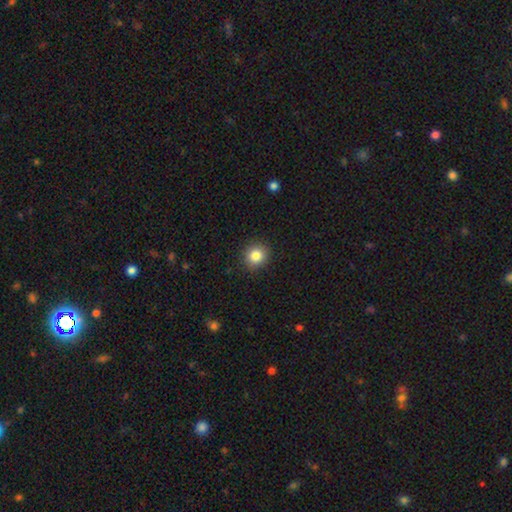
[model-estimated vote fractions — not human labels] The model was most divided on "smooth or featured": smooth: 85%, star or artifact: 10%, featured or disk: 5%. More confident: merging — none (90%); how rounded — round (89%).